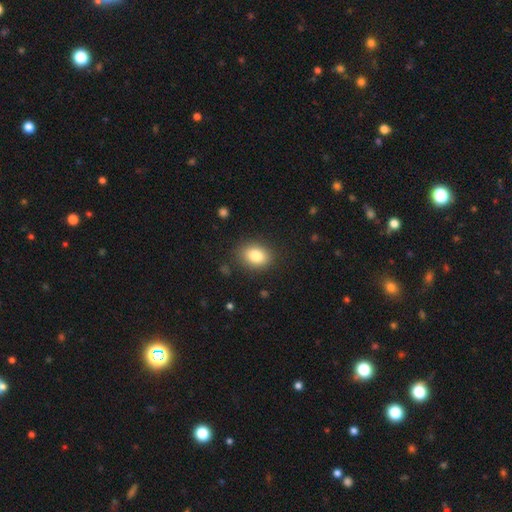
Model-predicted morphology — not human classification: This is clearly a smooth galaxy (83%). How rounded: likely in between (65%). Merging: clearly none (86%).